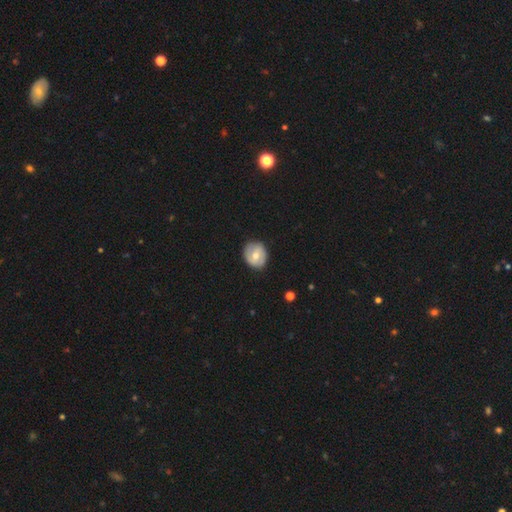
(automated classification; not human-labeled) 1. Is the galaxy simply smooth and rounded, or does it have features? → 52% smooth, 41% featured or disk, 6% star or artifact.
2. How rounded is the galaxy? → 72% round, 27% in between, 1% cigar-shaped.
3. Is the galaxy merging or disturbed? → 80% none, 16% minor disturbance, 3% major disturbance, 1% merger.